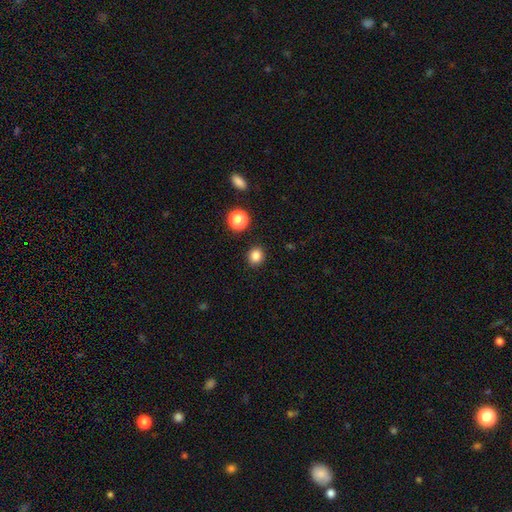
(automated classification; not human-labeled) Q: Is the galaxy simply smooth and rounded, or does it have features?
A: smooth — 84%.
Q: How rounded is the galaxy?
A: round — 85%.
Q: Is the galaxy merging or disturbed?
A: none — 91%.